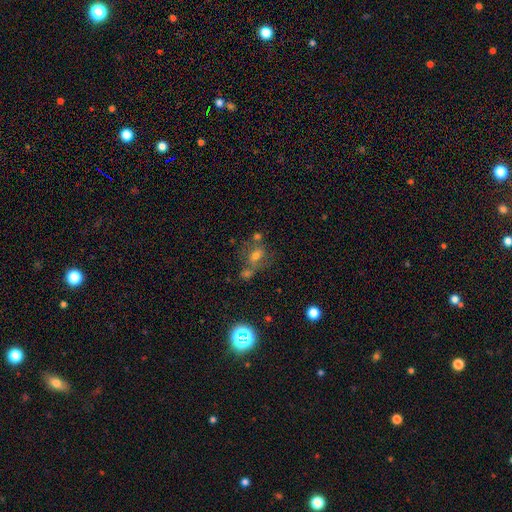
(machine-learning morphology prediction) Smooth or featured: smooth — 42% (star or artifact — 31%)
Merging: none — 46% (merger — 32%)